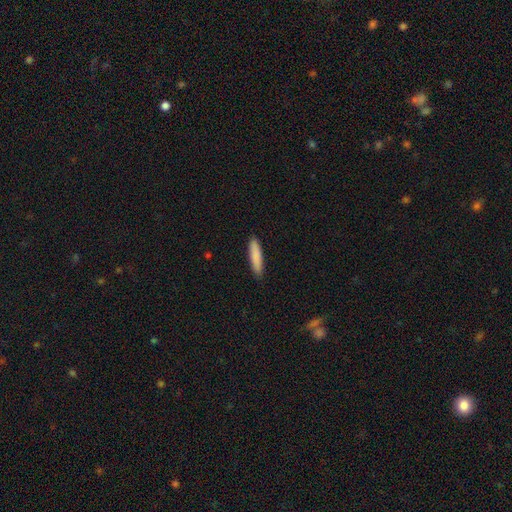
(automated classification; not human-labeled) Smooth or featured? Predicted: smooth (p=0.86). How rounded? Predicted: cigar-shaped (p=0.82). Merging? Predicted: none (p=0.89).